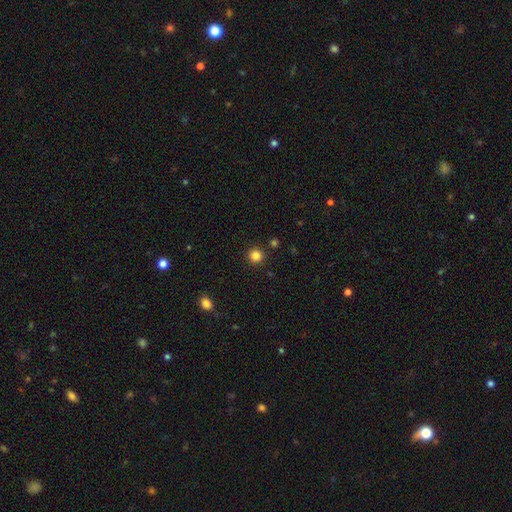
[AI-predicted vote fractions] A smooth galaxy with no disk features (83%) that is round (95%). Merging: none (91%).